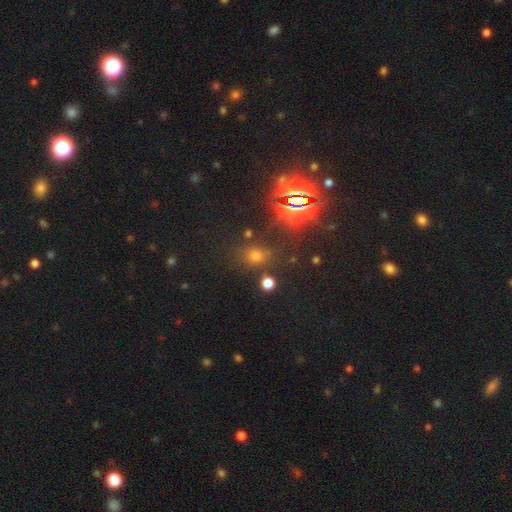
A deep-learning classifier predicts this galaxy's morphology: Smooth or featured? smooth (48%)
Merging? none (78%)